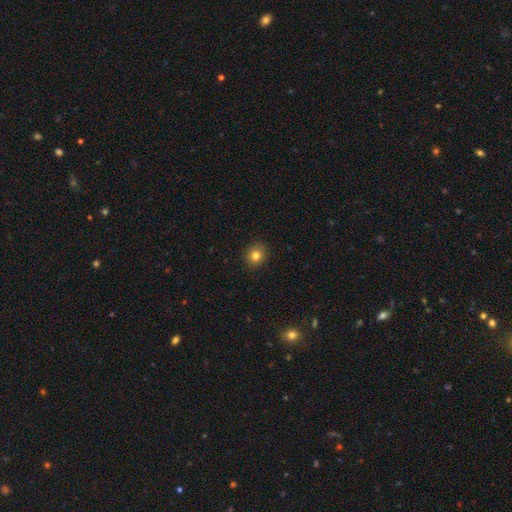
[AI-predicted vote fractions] Overall: smooth (81%). How rounded: round (79%). Merging: none (90%).